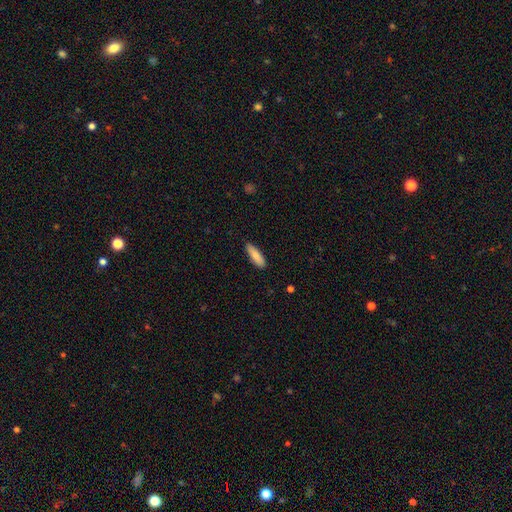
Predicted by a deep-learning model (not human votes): smooth 84%, featured or disk 10%, star or artifact 6%. Down the decision tree: how rounded — cigar-shaped (58%); merging — none (89%).